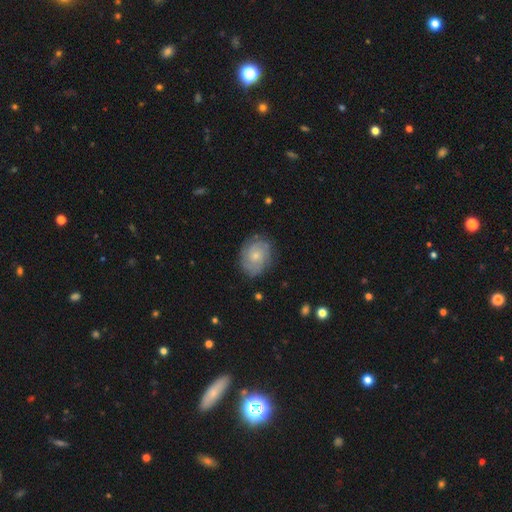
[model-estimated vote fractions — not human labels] Smooth or featured: featured or disk — 71% (smooth — 23%)
Edge-on disk: no — 98% (yes — 2%)
Bar: no — 76% (weak — 21%)
Spiral arms: yes — 93% (no — 7%)
Spiral winding: tight — 63% (medium — 29%)
Spiral arm count: 2 — 32% (can't tell — 29%)
Bulge size: small — 68% (moderate — 27%)
Merging: none — 80% (minor disturbance — 14%)